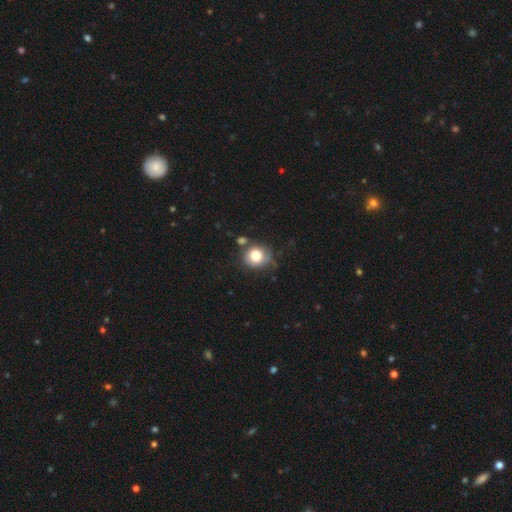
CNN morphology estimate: A smooth galaxy with no disk features (79%) that is round (82%).

Vote fractions:
- Smooth or featured? smooth: 79% / featured or disk: 12% / star or artifact: 9%
- How rounded? round: 82% / in between: 17% / cigar-shaped: 1%
- Merging? none: 62% / minor disturbance: 21% / merger: 11% / major disturbance: 7%